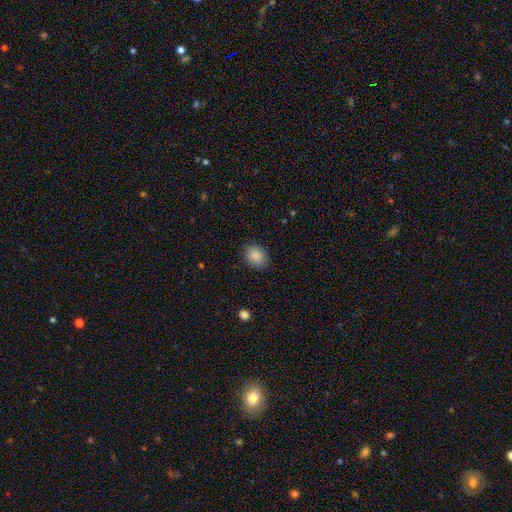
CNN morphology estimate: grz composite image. It shows a smooth galaxy with no disk features (88%) that is in between round and cigar-shaped (60%). Merging: none (85%).